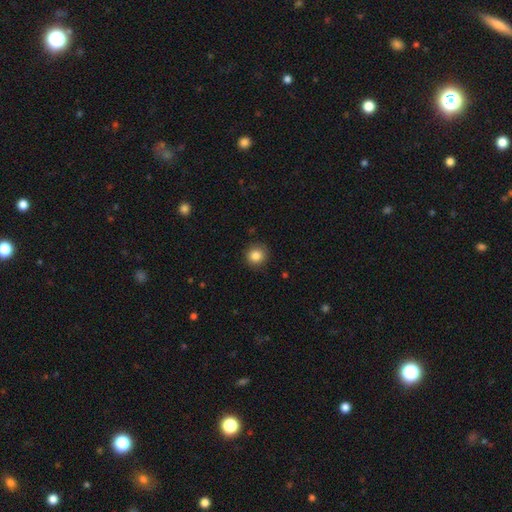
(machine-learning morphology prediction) Q: Smooth or featured?
A: smooth (85%); runner-up: star or artifact (10%)
Q: How rounded?
A: round (92%); runner-up: in between (7%)
Q: Merging?
A: none (90%); runner-up: minor disturbance (7%)